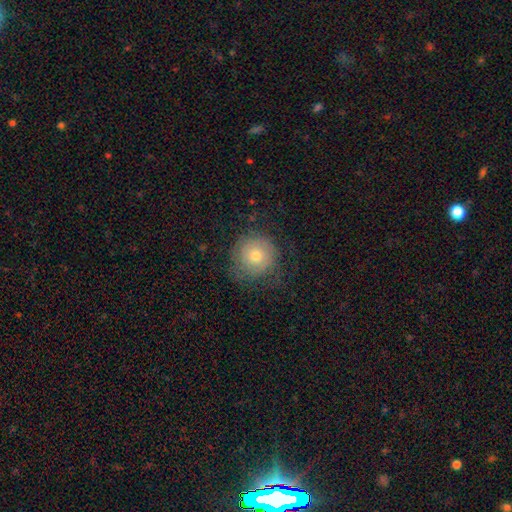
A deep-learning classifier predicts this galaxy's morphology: Smooth or featured: smooth — 64% (featured or disk — 26%)
How rounded: round — 93% (in between — 6%)
Merging: none — 72% (minor disturbance — 17%)